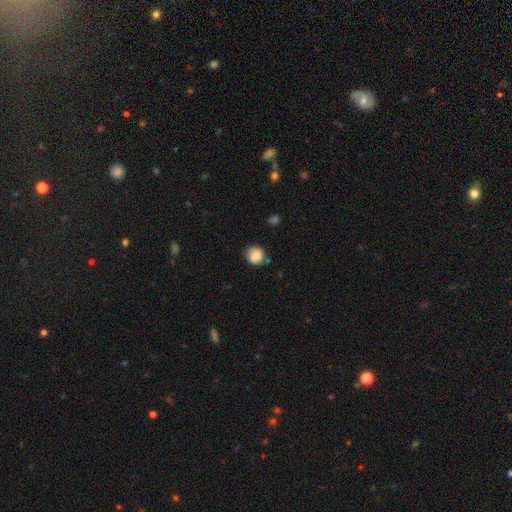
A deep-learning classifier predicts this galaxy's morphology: smooth-or-featured: smooth: 84% | star or artifact: 9% | featured or disk: 7%
  how-rounded: round: 89% | in between: 10% | cigar-shaped: 1%
  merging: none: 74% | minor disturbance: 18% | major disturbance: 4% | merger: 3%